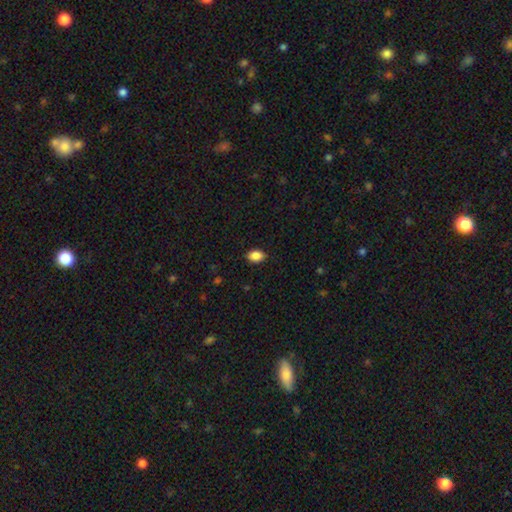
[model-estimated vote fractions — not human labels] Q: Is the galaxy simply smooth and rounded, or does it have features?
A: smooth — 88%.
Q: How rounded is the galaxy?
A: in between — 83%.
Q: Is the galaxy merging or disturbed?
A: none — 87%.